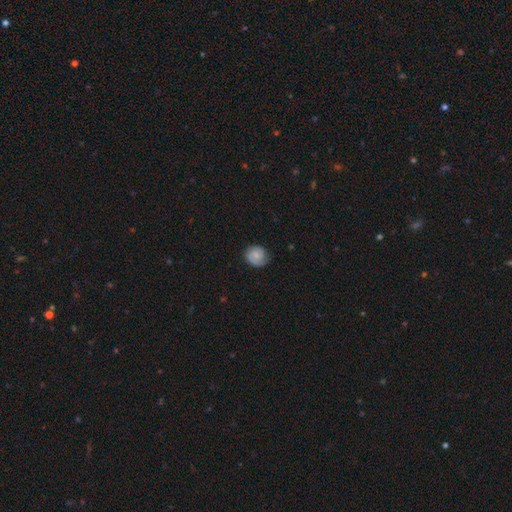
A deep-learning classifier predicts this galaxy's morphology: This is possibly a featured or disk galaxy (55%). It is clearly not viewed edge-on (98%). Bar: likely no (70%). Spiral arm pattern: clearly yes (89%). Central bulge: possibly small (57%). Merging: likely none (74%).